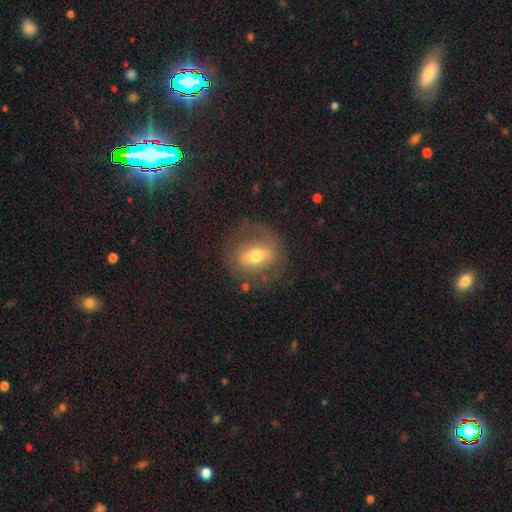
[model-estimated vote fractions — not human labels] Smooth or featured? featured or disk (54%)
Edge-on disk? no (83%)
Merging? none (73%)